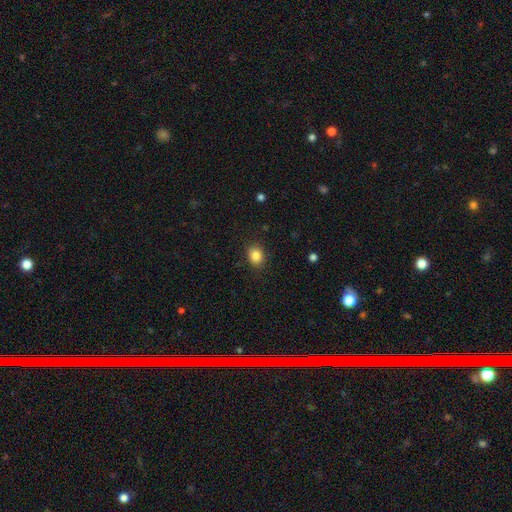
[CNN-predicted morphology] Q: Smooth or featured?
A: smooth (85%); runner-up: star or artifact (10%)
Q: How rounded?
A: round (60%); runner-up: in between (40%)
Q: Merging?
A: none (88%); runner-up: minor disturbance (9%)